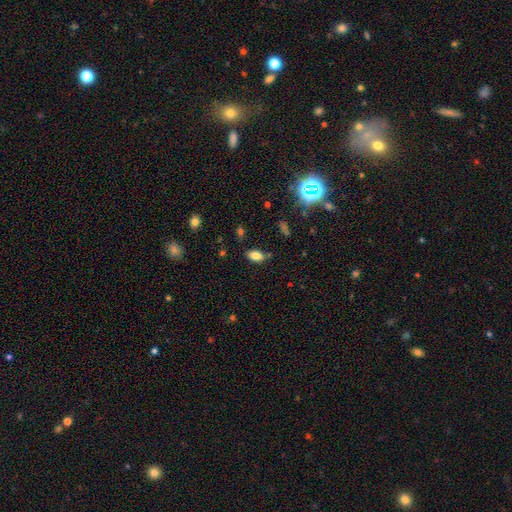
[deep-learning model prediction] The model was most divided on "merging": none: 76%, minor disturbance: 15%, merger: 5%, major disturbance: 3%. More confident: how rounded — in between (90%); smooth or featured — smooth (79%).